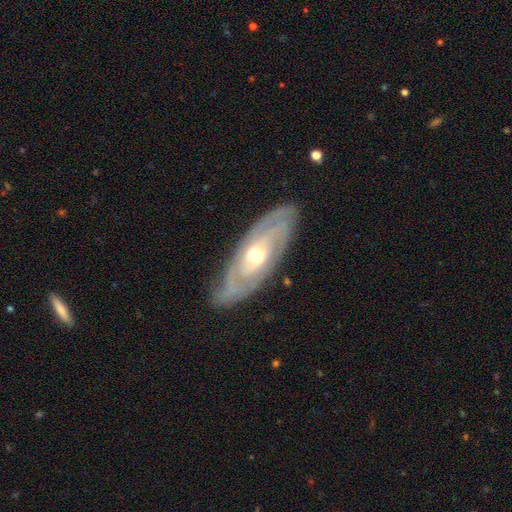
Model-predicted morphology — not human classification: This appears to be a featured or disk galaxy (77%) with no bar (70%), tight (67%) spiral arms (78%) and a moderate central bulge (63%). Merging: none (81%).